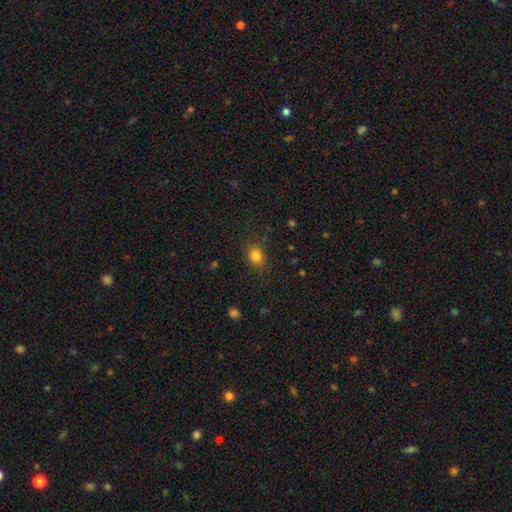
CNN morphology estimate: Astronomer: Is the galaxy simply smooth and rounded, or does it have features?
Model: smooth — 83%.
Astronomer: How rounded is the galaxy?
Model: in between — 55% (runner-up: round, 44%).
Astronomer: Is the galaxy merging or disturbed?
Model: none — 81%.